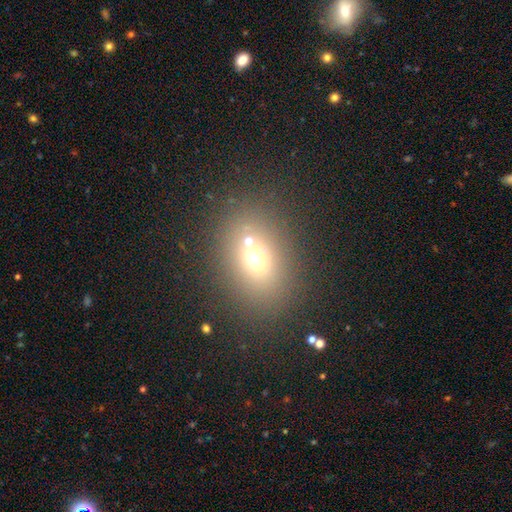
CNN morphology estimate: This appears to be a smooth galaxy with no disk features (61%) that is in between round and cigar-shaped (58%). Merging: none (59%).